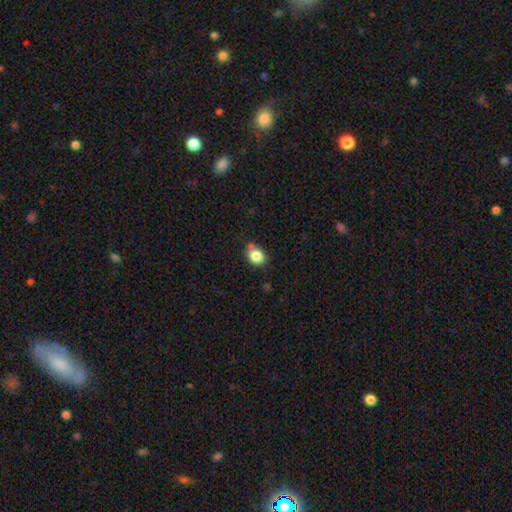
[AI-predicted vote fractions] Smooth or featured: smooth — 84% (star or artifact — 10%)
How rounded: round — 55% (in between — 44%)
Merging: none — 67% (minor disturbance — 18%)